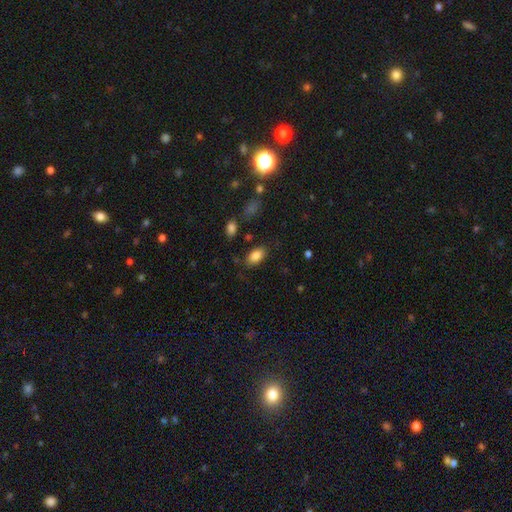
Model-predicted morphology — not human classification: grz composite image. It shows a smooth galaxy with no disk features (85%) that is in between round and cigar-shaped (91%). Merging: none (81%).